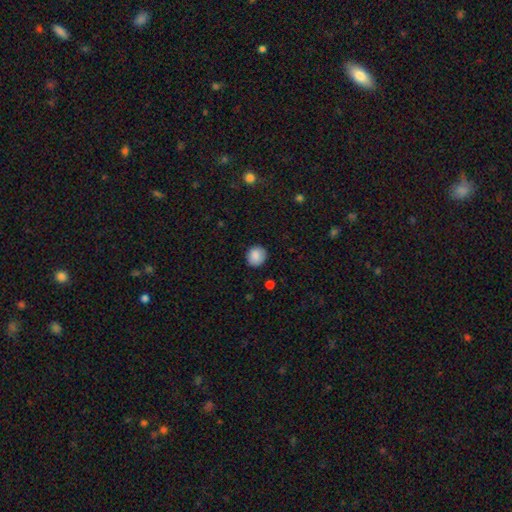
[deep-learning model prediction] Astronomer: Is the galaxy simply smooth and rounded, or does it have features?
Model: smooth — 87%.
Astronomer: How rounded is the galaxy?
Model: round — 85%.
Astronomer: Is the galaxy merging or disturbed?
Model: none — 86%.